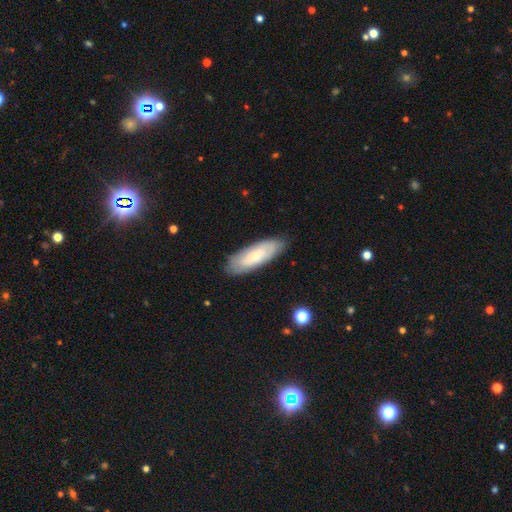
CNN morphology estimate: The model was most divided on "how rounded": in between: 63%, cigar-shaped: 36%, round: 2%. More confident: merging — none (83%); smooth or featured — smooth (66%).